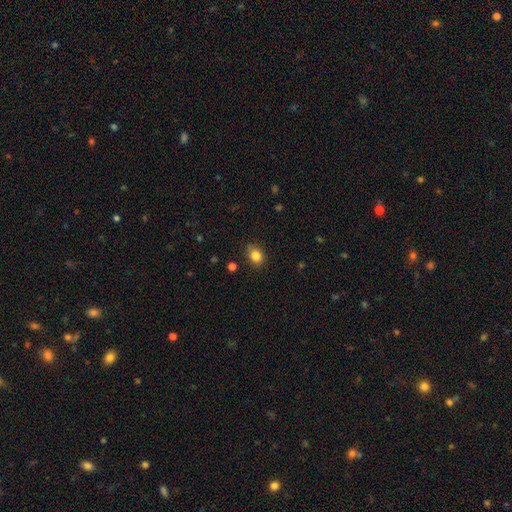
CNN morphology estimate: This appears to be a smooth galaxy with no disk features (84%) that is round (51%). Merging: none (77%).